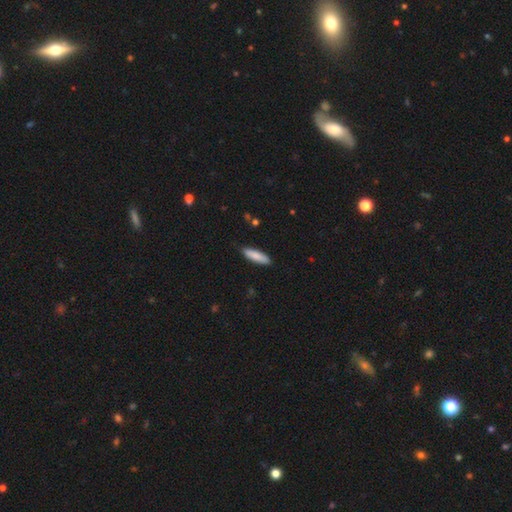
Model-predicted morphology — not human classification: Overall: smooth (84%). How rounded: cigar-shaped (65%; in between 34%). Merging: none (87%).